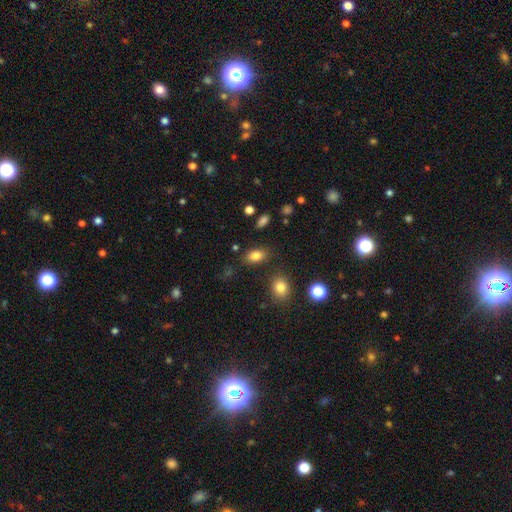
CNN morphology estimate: This appears to be a smooth galaxy with no disk features (83%) that is in between round and cigar-shaped (87%). Merging: none (82%).